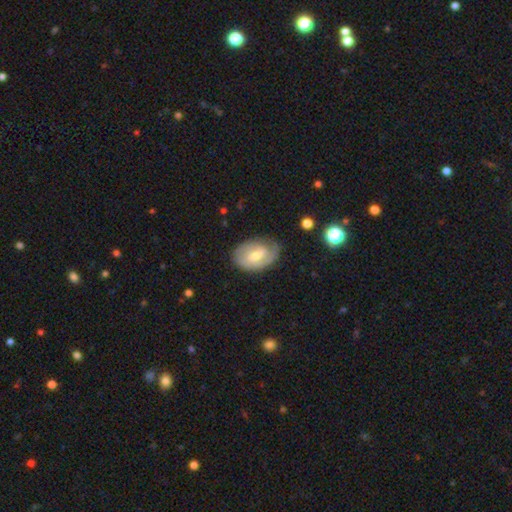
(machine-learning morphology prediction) featured or disk 73%, smooth 21%, star or artifact 5%. Down the decision tree: edge-on disk — no (96%); bar — weak (56%); spiral arms — yes (91%); spiral arm count — 2 (56%); spiral winding — tight (52%); bulge size — small (48%); merging — none (72%).